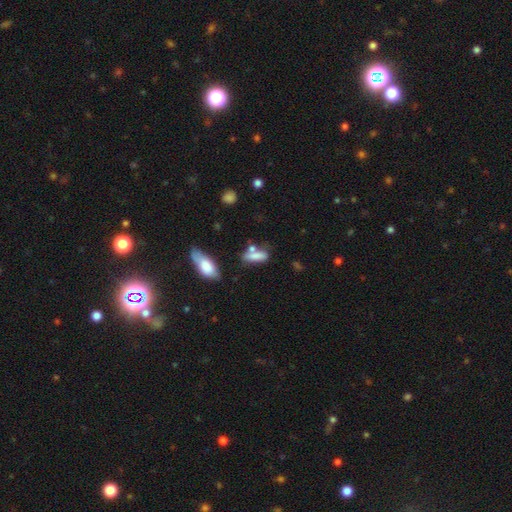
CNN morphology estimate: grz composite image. It shows a smooth galaxy with no disk features (77%) that is in between round and cigar-shaped (50%). Merging: none (48%).